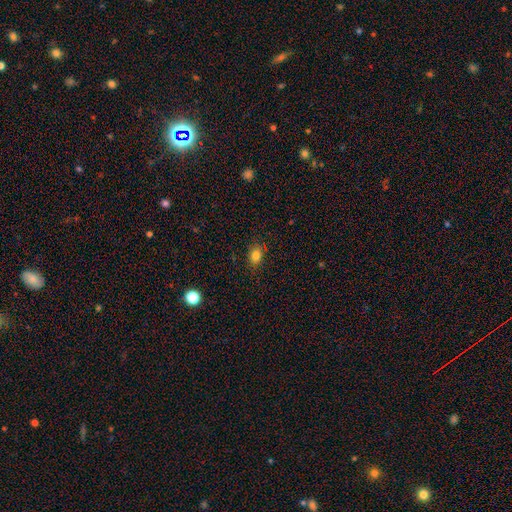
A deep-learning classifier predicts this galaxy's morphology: This appears to be a smooth galaxy with no disk features (81%) that is in between round and cigar-shaped (61%). Merging: none (84%).